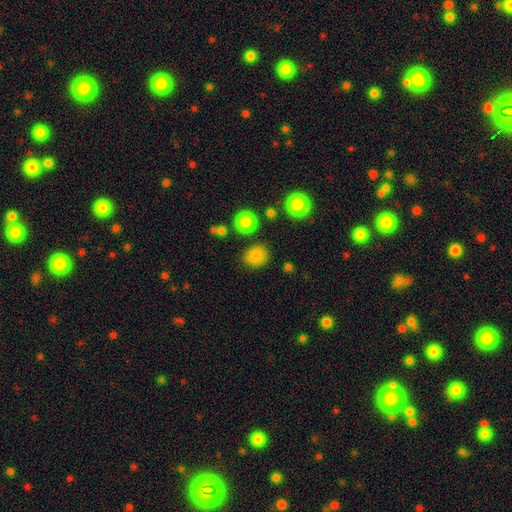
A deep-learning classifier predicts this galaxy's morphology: smooth-or-featured: smooth: 83% | star or artifact: 12% | featured or disk: 5%
  how-rounded: round: 71% | in between: 28% | cigar-shaped: 1%
  merging: none: 82% | minor disturbance: 11% | major disturbance: 4% | merger: 3%